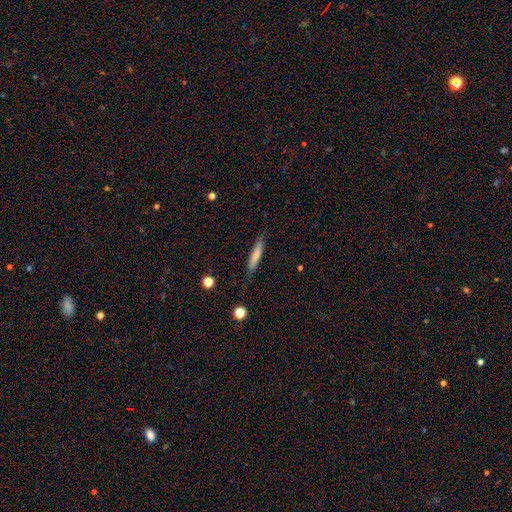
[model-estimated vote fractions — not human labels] Overall: smooth (71%). How rounded: cigar-shaped (85%). Merging: none (81%).